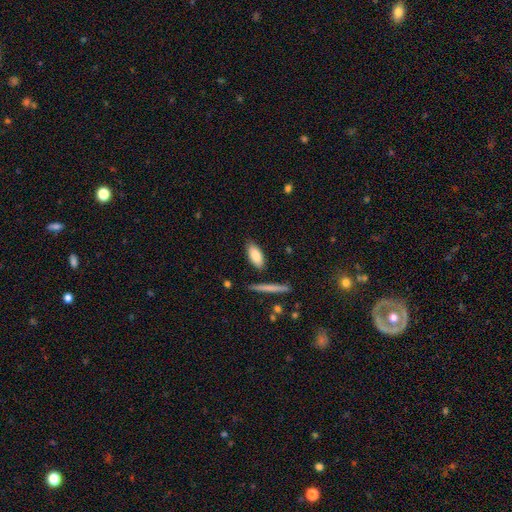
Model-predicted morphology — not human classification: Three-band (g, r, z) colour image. It shows a smooth galaxy with no disk features (83%) that is in between round and cigar-shaped (78%). Merging: none (82%).